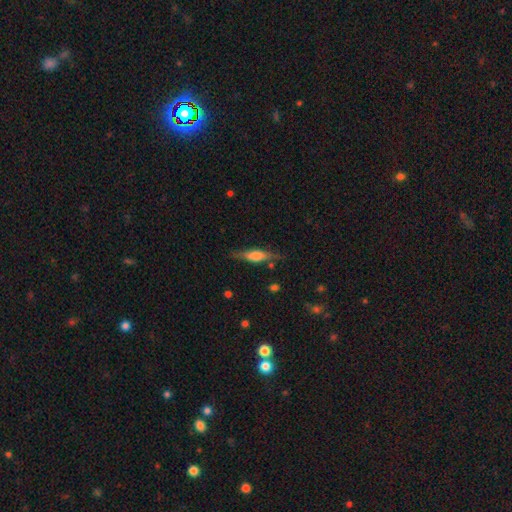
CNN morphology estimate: smooth-or-featured: featured or disk: 50% | smooth: 43% | star or artifact: 7%
  disk-edge-on: yes: 92% | no: 8%
  merging: none: 78% | minor disturbance: 16% | major disturbance: 4% | merger: 2%